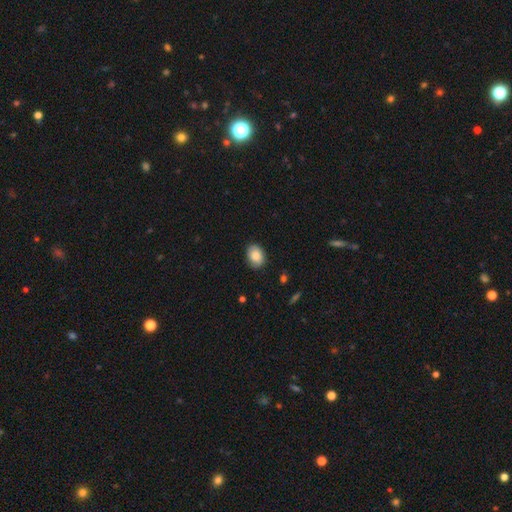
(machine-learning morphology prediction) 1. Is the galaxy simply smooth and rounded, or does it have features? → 85% smooth, 7% featured or disk, 7% star or artifact.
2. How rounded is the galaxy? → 69% in between, 30% round, 1% cigar-shaped.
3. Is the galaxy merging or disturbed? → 87% none, 10% minor disturbance, 2% major disturbance, 1% merger.